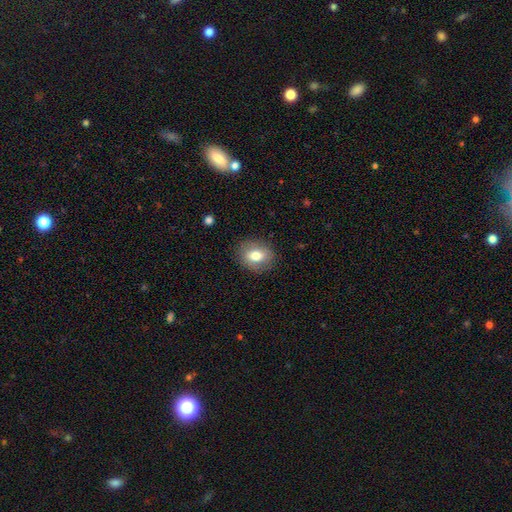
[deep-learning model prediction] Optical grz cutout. It shows a smooth galaxy with no disk features (73%) that is round (53%). Merging: none (86%).